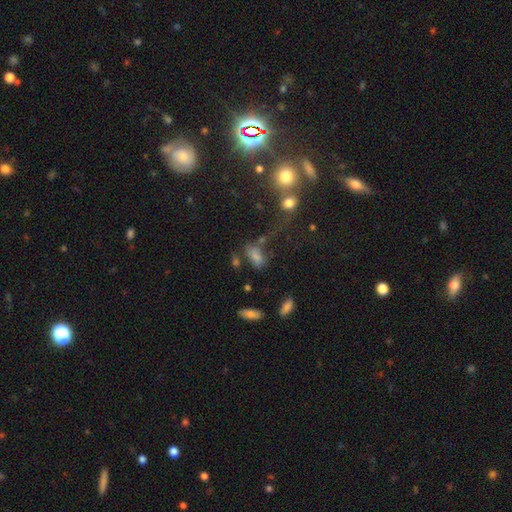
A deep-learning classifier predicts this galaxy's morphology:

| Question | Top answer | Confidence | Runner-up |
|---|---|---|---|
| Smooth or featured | smooth | 72% | star or artifact (15%) |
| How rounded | in between | 83% | cigar-shaped (10%) |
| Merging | none | 47% | minor disturbance (21%) |